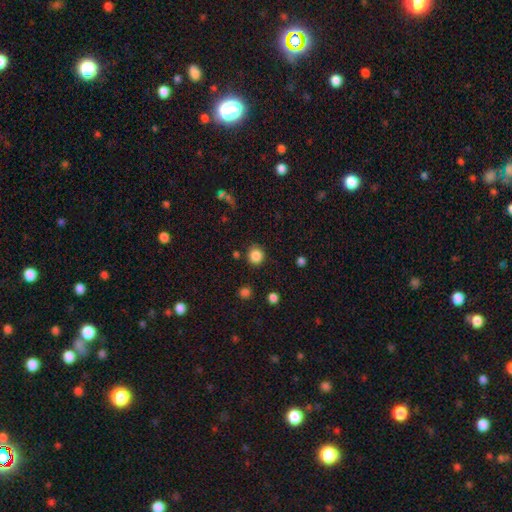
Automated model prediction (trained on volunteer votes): smooth_or_featured: smooth (p=0.85) [alt: star or artifact p=0.11]
how_rounded: round (p=0.90) [alt: in between p=0.09]
merging: none (p=0.85) [alt: minor disturbance p=0.09]